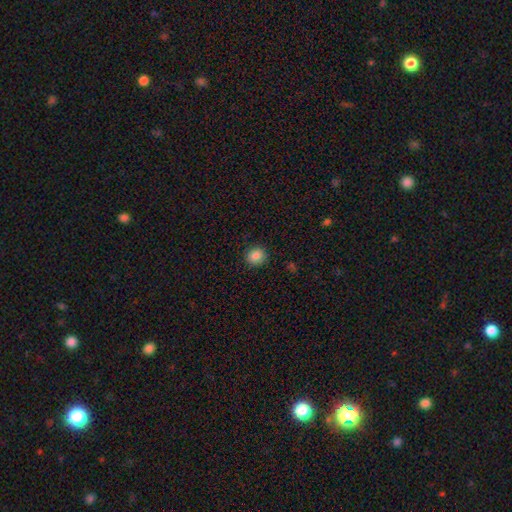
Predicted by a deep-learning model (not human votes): smooth 85%, star or artifact 10%, featured or disk 4%. Down the decision tree: how rounded — round (87%); merging — none (90%).